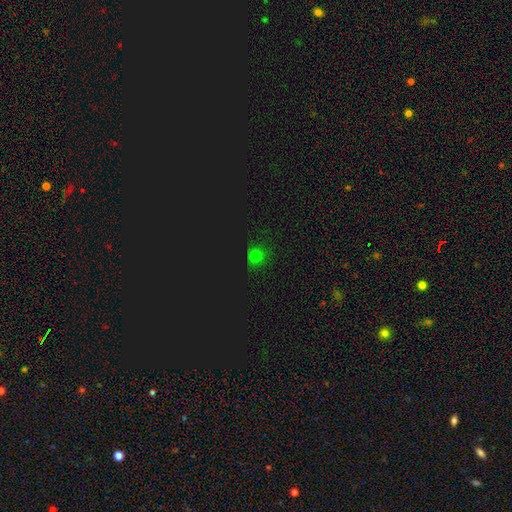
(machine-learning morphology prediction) A smooth galaxy with no disk features (59%) that is round (84%). Merging: none (79%).